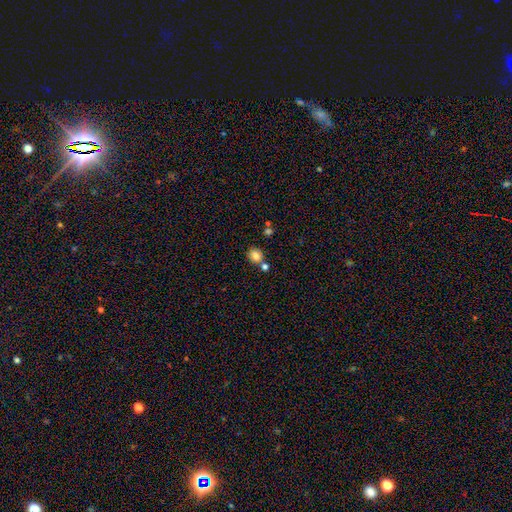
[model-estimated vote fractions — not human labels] Smooth or featured?
  - smooth: 81% *
  - star or artifact: 11%
  - featured or disk: 7%
How rounded?
  - round: 69% *
  - in between: 30%
  - cigar-shaped: 1%
Merging?
  - none: 66% *
  - merger: 19%
  - minor disturbance: 12%
  - major disturbance: 3%